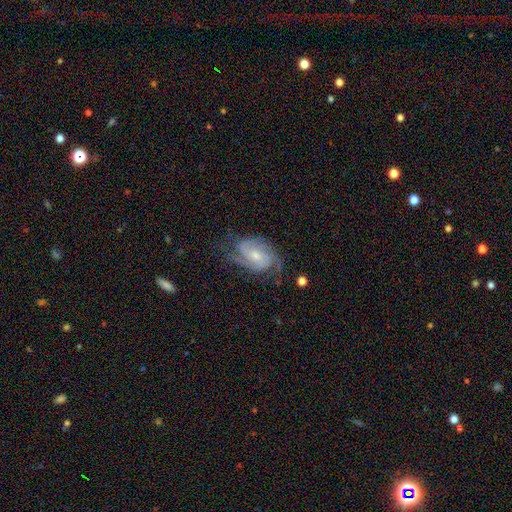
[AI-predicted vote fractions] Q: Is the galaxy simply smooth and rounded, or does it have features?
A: featured or disk — 83%.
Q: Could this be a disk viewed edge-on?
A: no — 97%.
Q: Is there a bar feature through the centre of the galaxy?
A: no — 52%.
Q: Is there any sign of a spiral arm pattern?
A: yes — 96%.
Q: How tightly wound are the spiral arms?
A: medium — 44%, tied with tight.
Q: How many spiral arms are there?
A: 2 — 57%.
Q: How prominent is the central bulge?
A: small — 56%.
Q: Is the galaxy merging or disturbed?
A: none — 65%.